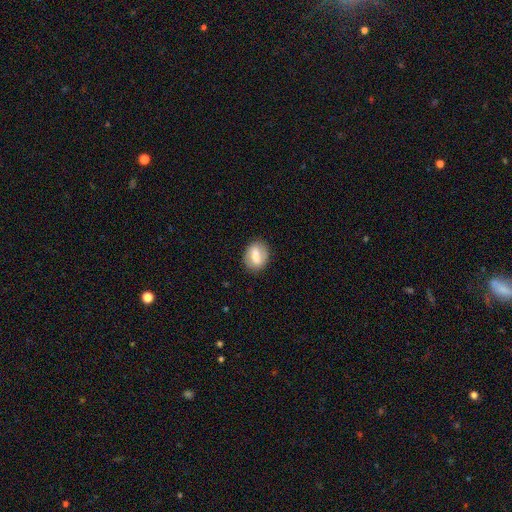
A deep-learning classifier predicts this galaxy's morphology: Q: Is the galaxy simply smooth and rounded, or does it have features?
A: smooth — 56%.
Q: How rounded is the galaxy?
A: in between — 61%.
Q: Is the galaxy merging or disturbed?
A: none — 82%.